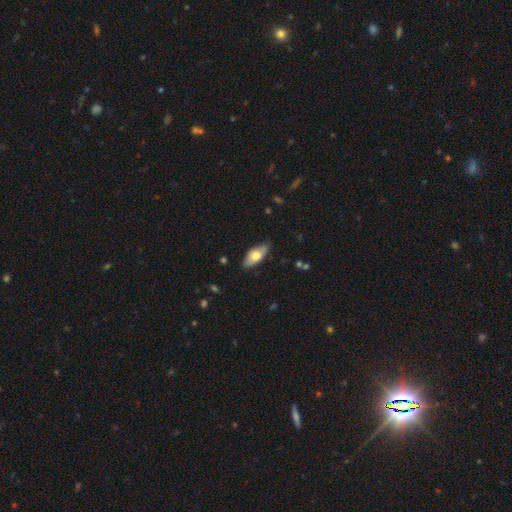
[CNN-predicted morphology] smooth_or_featured: smooth (p=0.65) [alt: featured or disk p=0.29]
how_rounded: in between (p=0.84) [alt: cigar-shaped p=0.13]
merging: none (p=0.81) [alt: minor disturbance p=0.16]